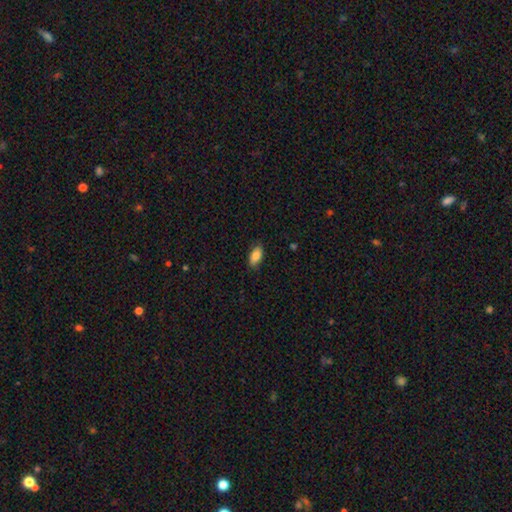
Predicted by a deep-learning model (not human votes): The model was most divided on "merging": none: 85%, minor disturbance: 12%, major disturbance: 2%, merger: 1%. More confident: how rounded — in between (91%); smooth or featured — smooth (83%).